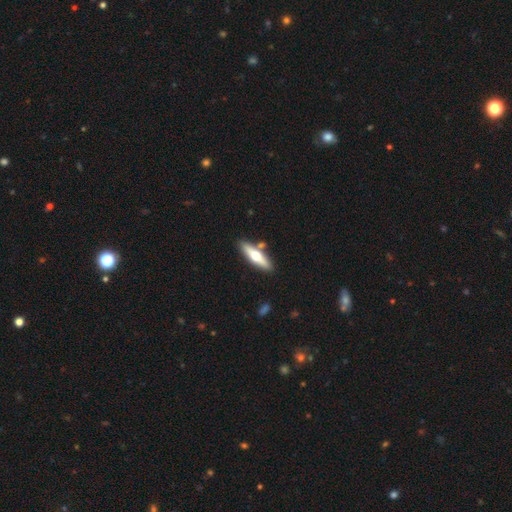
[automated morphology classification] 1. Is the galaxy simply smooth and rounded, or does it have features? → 49% featured or disk, 46% smooth, 5% star or artifact.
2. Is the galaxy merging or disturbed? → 81% none, 9% minor disturbance, 7% merger, 2% major disturbance.